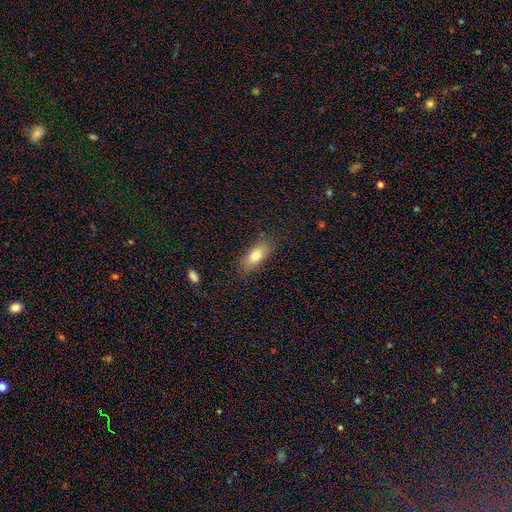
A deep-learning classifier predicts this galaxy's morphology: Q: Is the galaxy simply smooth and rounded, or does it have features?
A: smooth — 76%.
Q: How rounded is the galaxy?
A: in between — 79%.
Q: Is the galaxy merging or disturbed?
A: none — 81%.